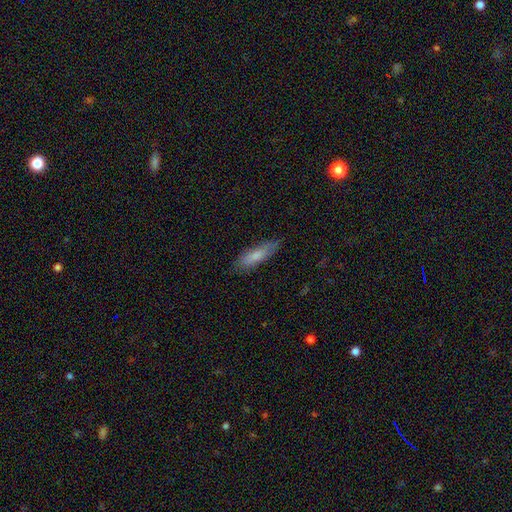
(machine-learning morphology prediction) smooth-or-featured: smooth: 74% | featured or disk: 20% | star or artifact: 6%
  how-rounded: cigar-shaped: 60% | in between: 38% | round: 2%
  merging: none: 79% | minor disturbance: 17% | major disturbance: 3% | merger: 1%